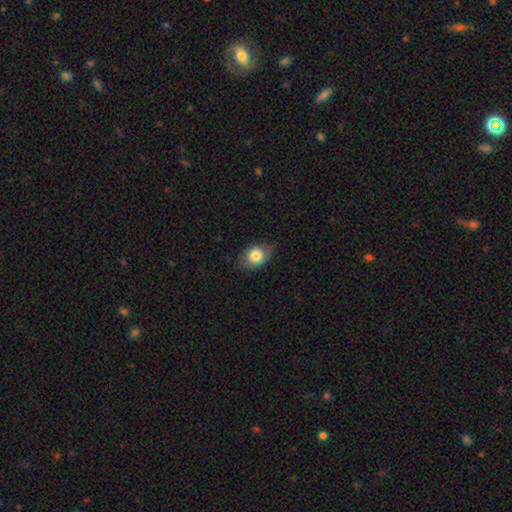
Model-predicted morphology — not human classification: Smooth or featured? Predicted: smooth (p=0.81). How rounded? Predicted: in between (p=0.69). Merging? Predicted: none (p=0.78).